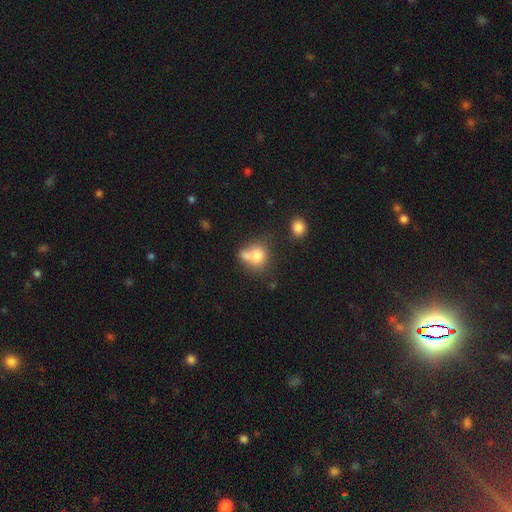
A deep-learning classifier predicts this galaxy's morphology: Smooth or featured?
  - smooth: 75% *
  - featured or disk: 14%
  - star or artifact: 11%
How rounded?
  - round: 67% *
  - in between: 32%
  - cigar-shaped: 1%
Merging?
  - merger: 52% *
  - none: 32%
  - minor disturbance: 11%
  - major disturbance: 6%